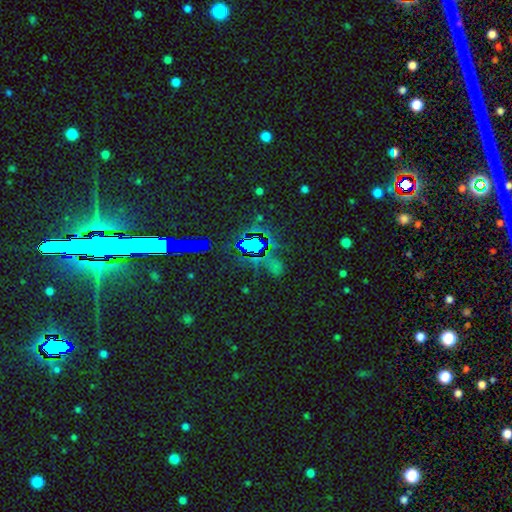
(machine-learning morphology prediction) Q: Smooth or featured?
A: star or artifact (80%); runner-up: featured or disk (10%)